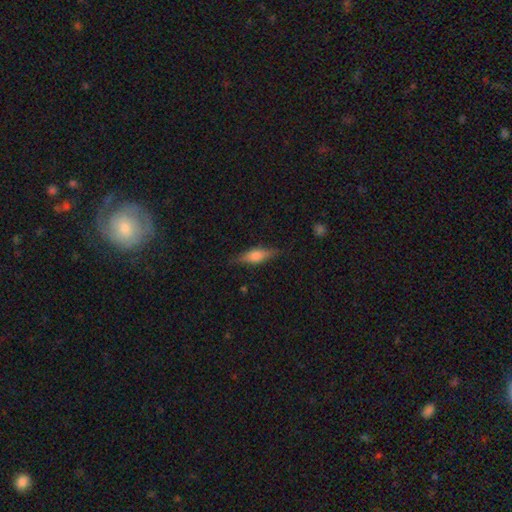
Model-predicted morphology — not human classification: This appears to be a smooth galaxy with no disk features (53%) that is in between round and cigar-shaped (50%). Merging: none (82%).